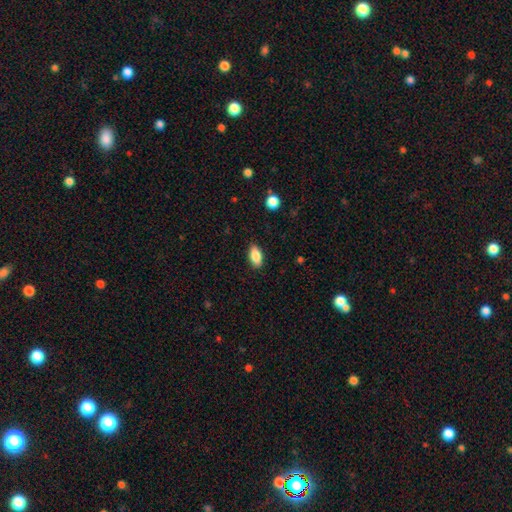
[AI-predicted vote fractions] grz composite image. It shows a smooth galaxy with no disk features (87%) that is in between round and cigar-shaped (90%). Merging: none (86%).